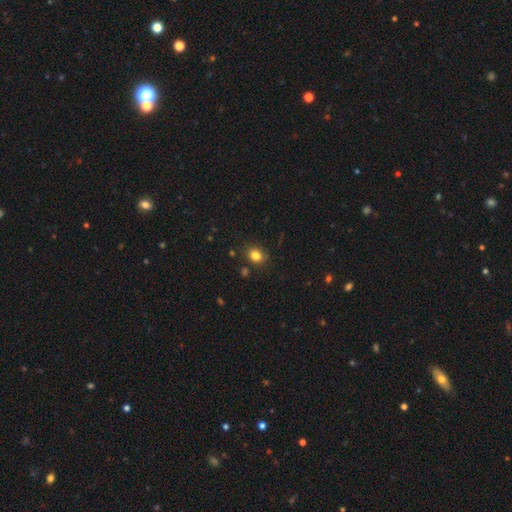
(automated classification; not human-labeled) smooth_or_featured: smooth (p=0.82) [alt: star or artifact p=0.13]
how_rounded: round (p=0.63) [alt: in between p=0.36]
merging: none (p=0.84) [alt: minor disturbance p=0.11]